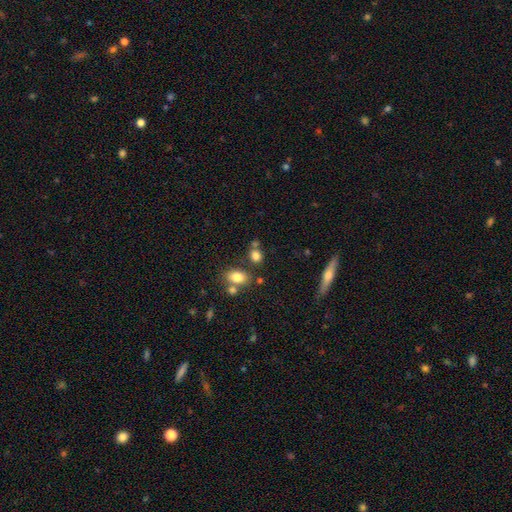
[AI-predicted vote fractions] This is clearly a smooth galaxy (81%). How rounded: possibly in between (59%). Merging: likely none (63%).